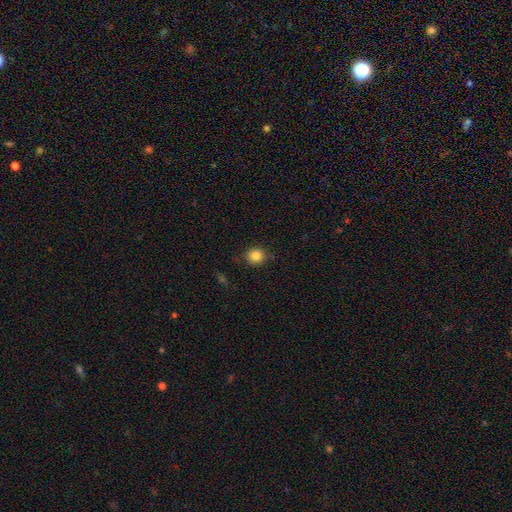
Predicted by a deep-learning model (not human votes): smooth-or-featured: smooth: 84% | star or artifact: 11% | featured or disk: 5%
  how-rounded: round: 87% | in between: 12% | cigar-shaped: 1%
  merging: none: 86% | minor disturbance: 10% | major disturbance: 3% | merger: 1%